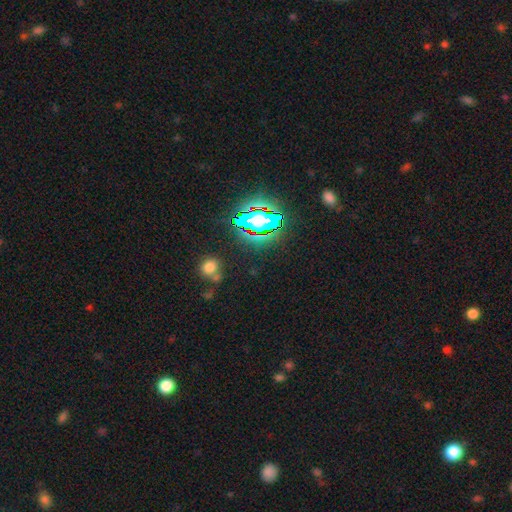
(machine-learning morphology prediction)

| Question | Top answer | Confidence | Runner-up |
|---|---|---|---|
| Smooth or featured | star or artifact | 78% | smooth (14%) |